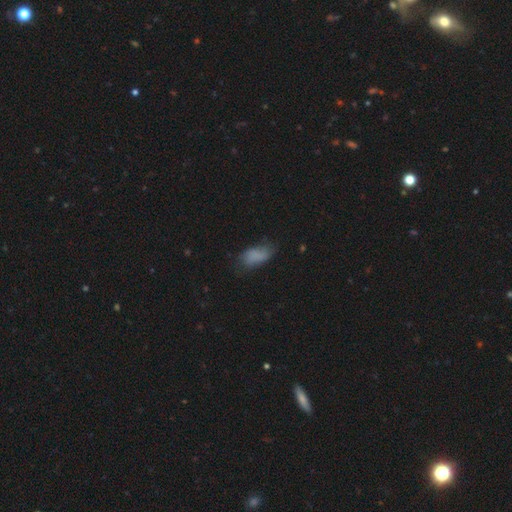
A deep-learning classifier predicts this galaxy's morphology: This is likely a smooth galaxy (79%). How rounded: clearly in between (90%). Merging: possibly none (55%).